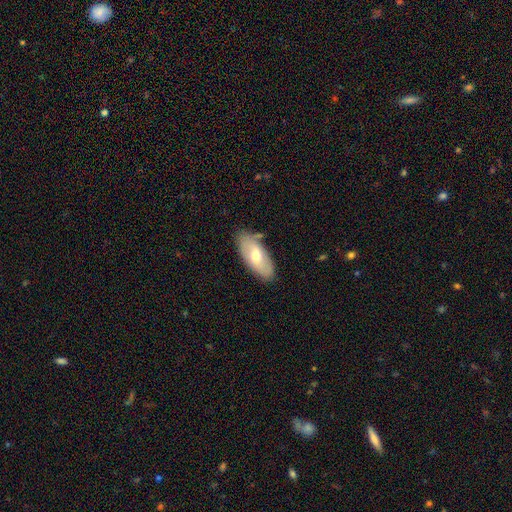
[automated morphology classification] Overall: smooth (55%; featured or disk 39%). How rounded: in between (87%). Merging: none (78%).